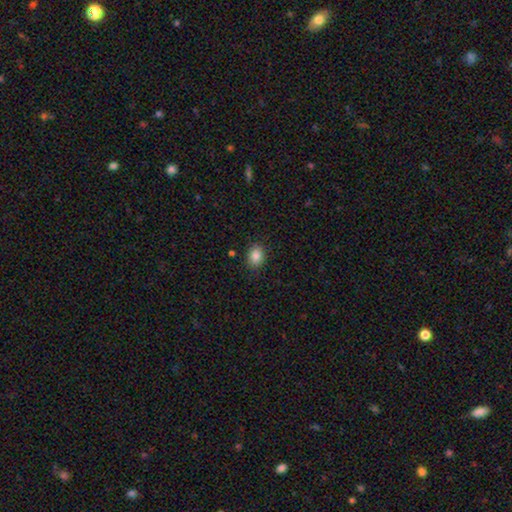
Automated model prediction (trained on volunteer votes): Smooth or featured: smooth — 86% (star or artifact — 9%)
How rounded: in between — 62% (round — 37%)
Merging: none — 87% (minor disturbance — 9%)